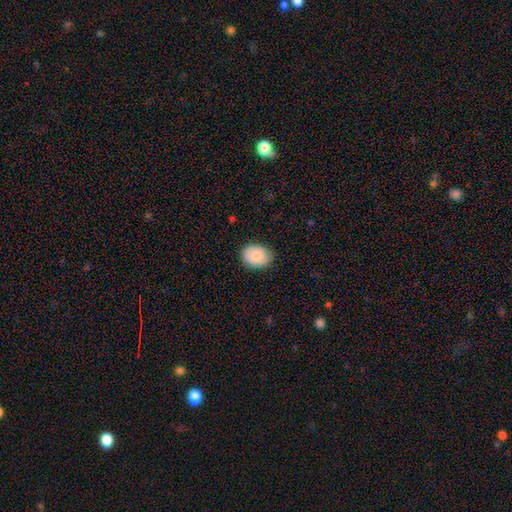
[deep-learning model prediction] Smooth or featured?
  - smooth: 85% *
  - featured or disk: 8%
  - star or artifact: 7%
How rounded?
  - in between: 54% *
  - round: 46%
  - cigar-shaped: 1%
Merging?
  - none: 83% *
  - minor disturbance: 14%
  - major disturbance: 3%
  - merger: 1%